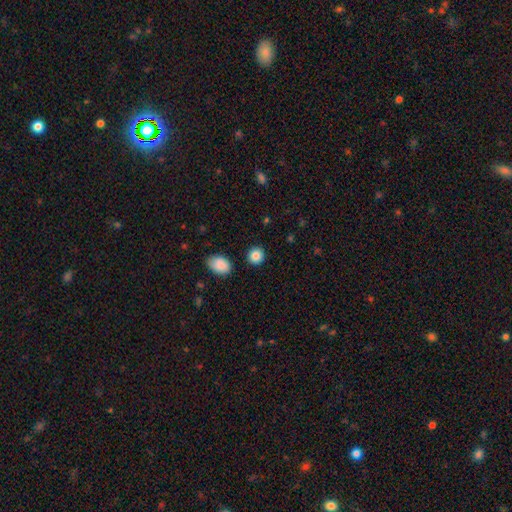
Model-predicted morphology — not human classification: smooth 86%, star or artifact 10%, featured or disk 4%. Down the decision tree: how rounded — round (84%); merging — none (89%).